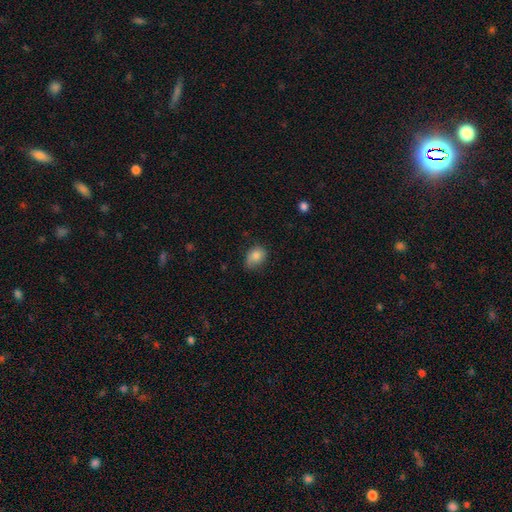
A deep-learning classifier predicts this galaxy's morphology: Smooth or featured? smooth (83%)
How rounded? in between (65%)
Merging? none (60%)